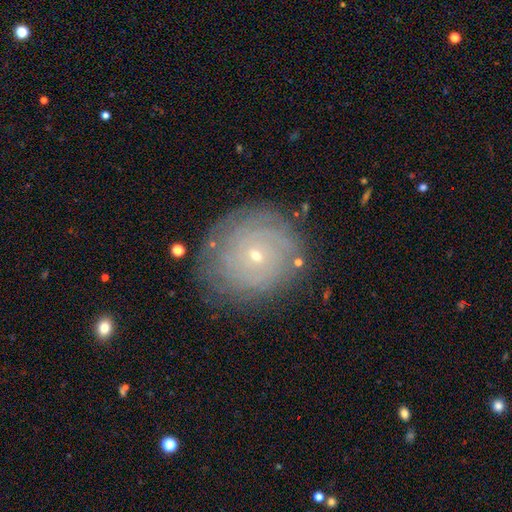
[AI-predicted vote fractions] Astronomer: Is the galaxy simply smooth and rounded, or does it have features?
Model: featured or disk — 71%.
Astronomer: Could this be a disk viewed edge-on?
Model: no — 97%.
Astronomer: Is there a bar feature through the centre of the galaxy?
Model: no — 83%.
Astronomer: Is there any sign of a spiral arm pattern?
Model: yes — 89%.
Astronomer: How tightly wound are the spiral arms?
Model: tight — 85%.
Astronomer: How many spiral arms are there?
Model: can't tell — 48%.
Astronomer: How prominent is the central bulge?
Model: small — 81%.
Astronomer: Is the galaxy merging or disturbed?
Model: none — 82%.